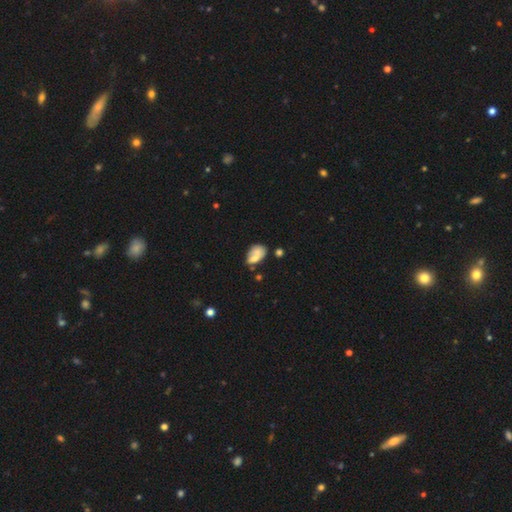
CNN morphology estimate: smooth 60%, featured or disk 31%, star or artifact 9%. Down the decision tree: how rounded — in between (84%); merging — none (32%).